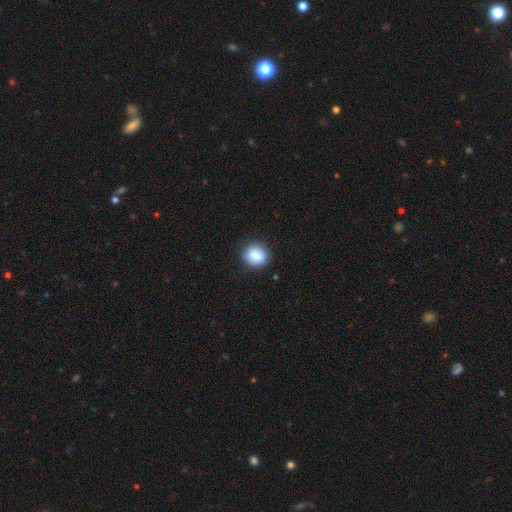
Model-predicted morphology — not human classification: A smooth galaxy with no disk features (85%) that is round (70%).

Vote fractions:
- Smooth or featured? smooth: 85% / star or artifact: 8% / featured or disk: 7%
- How rounded? round: 70% / in between: 29% / cigar-shaped: 1%
- Merging? none: 84% / minor disturbance: 12% / major disturbance: 3% / merger: 1%